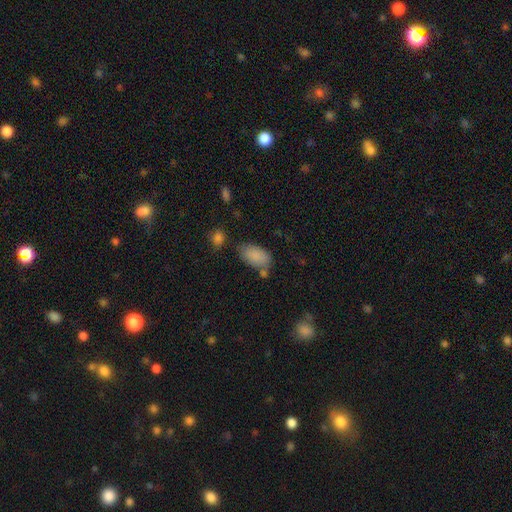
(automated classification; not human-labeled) Smooth or featured: smooth — 86% (star or artifact — 8%)
How rounded: in between — 94% (round — 4%)
Merging: none — 60% (minor disturbance — 21%)